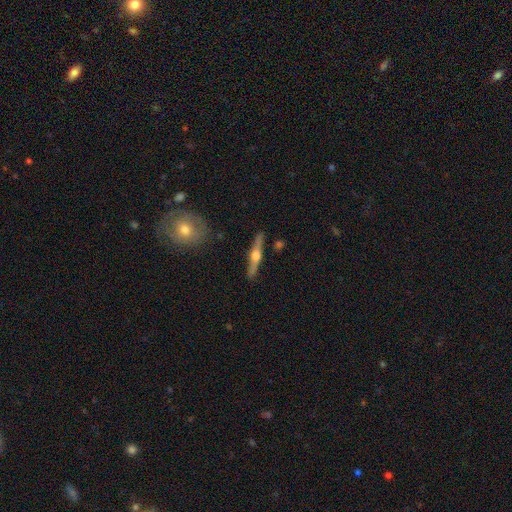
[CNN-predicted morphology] Q: Smooth or featured?
A: featured or disk (73%); runner-up: smooth (22%)
Q: Edge-on disk?
A: yes (97%); runner-up: no (3%)
Q: Edge-on bulge?
A: rounded (95%); runner-up: boxy (3%)
Q: Merging?
A: none (89%); runner-up: minor disturbance (8%)